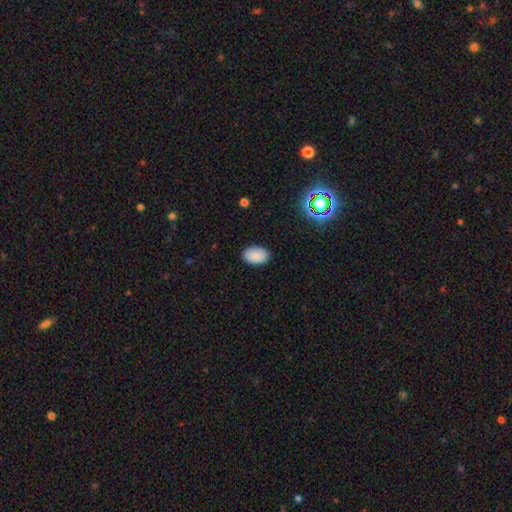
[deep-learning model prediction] Smooth or featured? smooth (88%)
How rounded? in between (90%)
Merging? none (88%)